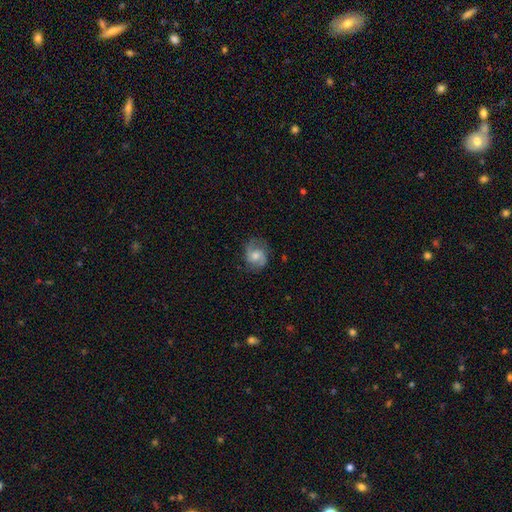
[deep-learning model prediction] A featured or disk galaxy (69%) with no bar (53%), 2 (87%) medium (50%) spiral arms (93%) and a moderate central bulge (55%).

Vote fractions:
- Smooth or featured? featured or disk: 69% / smooth: 23% / star or artifact: 7%
- Edge-on disk? no: 98% / yes: 2%
- Bar? no: 53% / weak: 40% / strong: 7%
- Spiral arms? yes: 93% / no: 7%
- Spiral winding? medium: 50% / loose: 28% / tight: 22%
- Spiral arm count? 2: 87% / can't tell: 6% / 1: 3% / 3: 2% / 4: 1% / more than 4: 1%
- Bulge size? moderate: 55% / small: 28% / large: 9% / none: 6% / dominant: 1%
- Merging? none: 75% / minor disturbance: 17% / major disturbance: 7% / merger: 1%